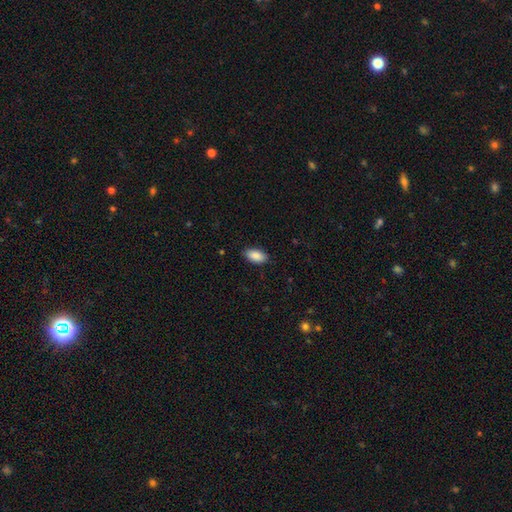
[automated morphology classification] Q: Smooth or featured?
A: smooth (89%); runner-up: star or artifact (7%)
Q: How rounded?
A: in between (94%); runner-up: cigar-shaped (4%)
Q: Merging?
A: none (87%); runner-up: minor disturbance (10%)